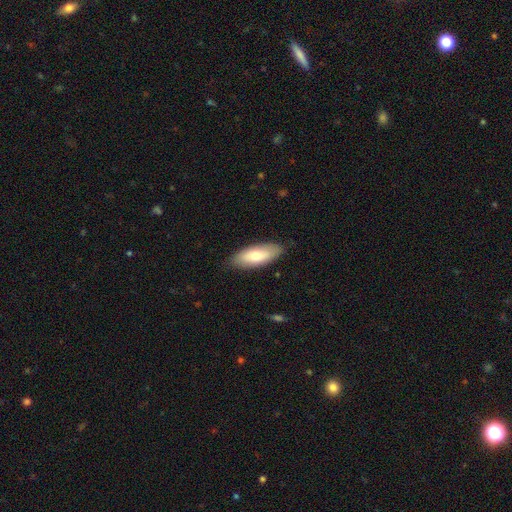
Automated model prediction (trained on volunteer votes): smooth-or-featured: smooth: 73% | featured or disk: 22% | star or artifact: 5%
  how-rounded: in between: 79% | cigar-shaped: 19% | round: 2%
  merging: none: 84% | minor disturbance: 12% | major disturbance: 2% | merger: 1%